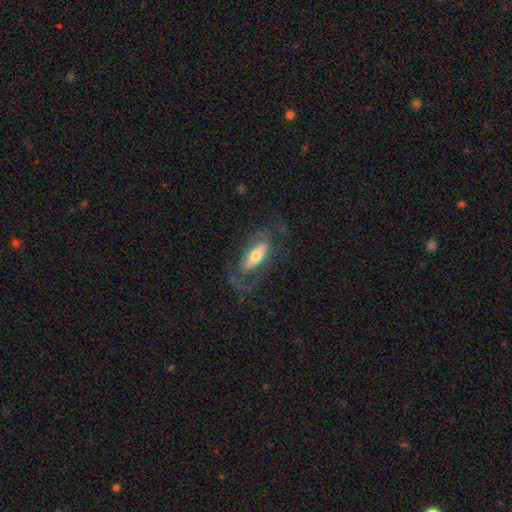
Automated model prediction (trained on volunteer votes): smooth-or-featured: featured or disk: 63% | smooth: 31% | star or artifact: 6%
  disk-edge-on: no: 81% | yes: 19%
    bar: no: 53% | weak: 26% | strong: 22%
    has-spiral-arms: yes: 70% | no: 30%
    bulge-size: moderate: 57% | small: 24% | large: 15% | dominant: 2% | none: 2%
  merging: none: 54% | major disturbance: 25% | minor disturbance: 19% | merger: 2%